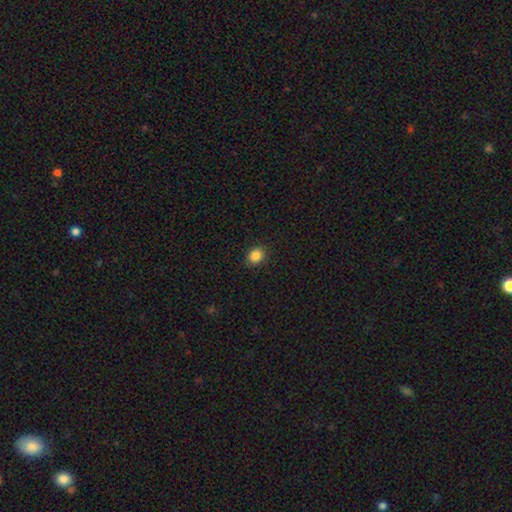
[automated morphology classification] type=smooth (86%); roundness=round (67%); merging=none (90%).